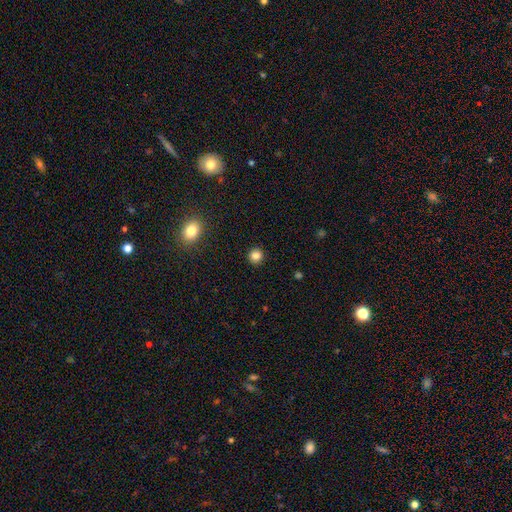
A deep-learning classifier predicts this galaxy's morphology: Smooth or featured? Predicted: smooth (p=0.84). How rounded? Predicted: round (p=0.92). Merging? Predicted: none (p=0.92).